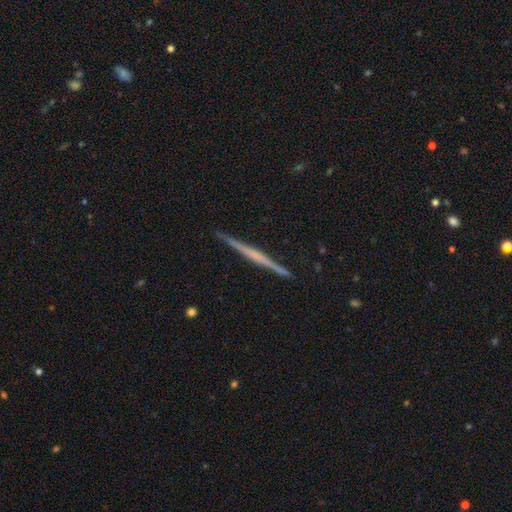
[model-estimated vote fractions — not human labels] Smooth or featured?
  - featured or disk: 72% *
  - smooth: 22%
  - star or artifact: 5%
Edge-on disk?
  - yes: 98% *
  - no: 2%
Edge-on bulge?
  - none: 61% *
  - rounded: 26%
  - boxy: 13%
Merging?
  - none: 91% *
  - minor disturbance: 6%
  - major disturbance: 1%
  - merger: 1%